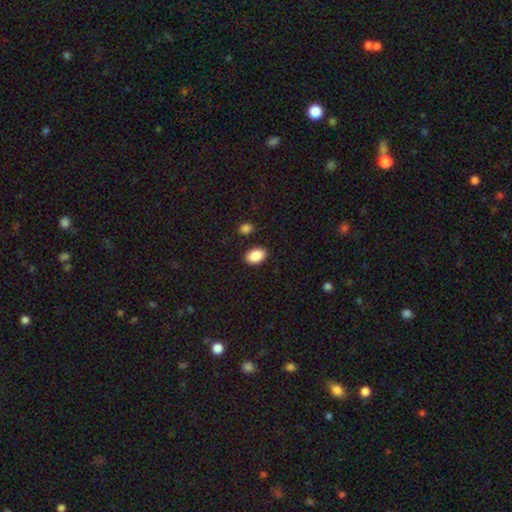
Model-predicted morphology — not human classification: Overall: smooth (89%). How rounded: in between (89%). Merging: none (87%).